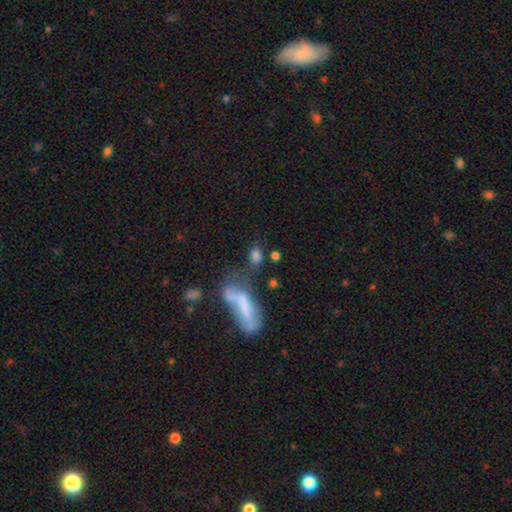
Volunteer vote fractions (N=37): This is clearly a smooth galaxy (81%). How rounded: likely in between (77%). Merging: marginally none (36%).